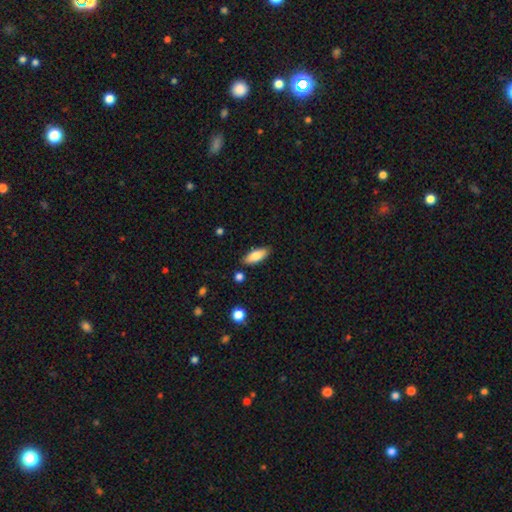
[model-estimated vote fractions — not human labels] This is likely a smooth galaxy (80%). How rounded: likely in between (77%). Merging: clearly none (85%).